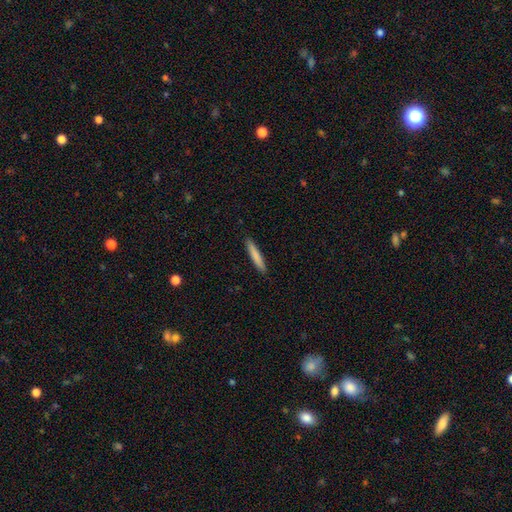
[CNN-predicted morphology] This appears to be a smooth galaxy with no disk features (81%) that is cigar-shaped (94%). Merging: none (92%).